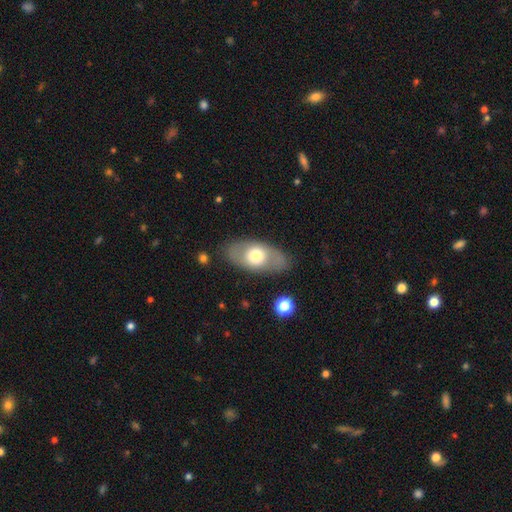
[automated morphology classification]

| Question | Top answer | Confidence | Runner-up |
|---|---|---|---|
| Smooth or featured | smooth | 56% | featured or disk (38%) |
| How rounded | in between | 88% | round (8%) |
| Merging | none | 82% | minor disturbance (12%) |